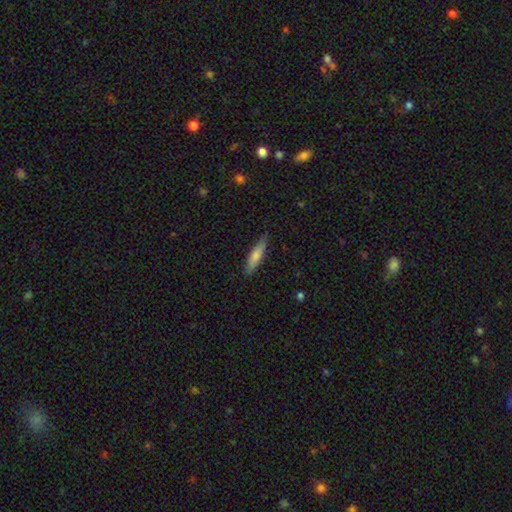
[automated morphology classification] type=smooth (70%); roundness=cigar-shaped (80%); merging=none (84%).